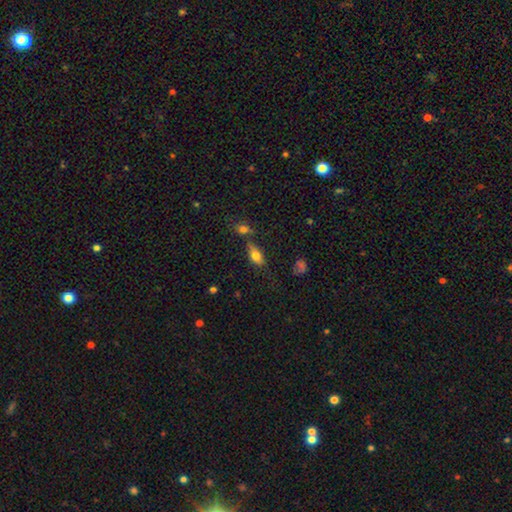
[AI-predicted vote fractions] This is likely a smooth galaxy (73%). How rounded: clearly in between (83%). Merging: possibly none (54%).